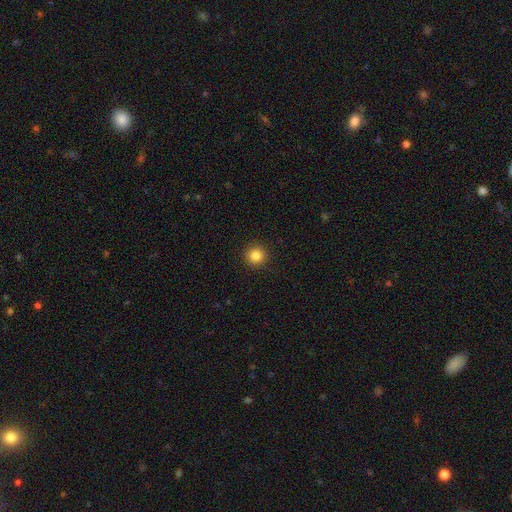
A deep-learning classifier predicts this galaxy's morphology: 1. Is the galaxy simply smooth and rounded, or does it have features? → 85% smooth, 11% star or artifact, 4% featured or disk.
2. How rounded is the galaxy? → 95% round, 4% in between, 1% cigar-shaped.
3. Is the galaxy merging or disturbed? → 92% none, 5% minor disturbance, 2% major disturbance, 1% merger.